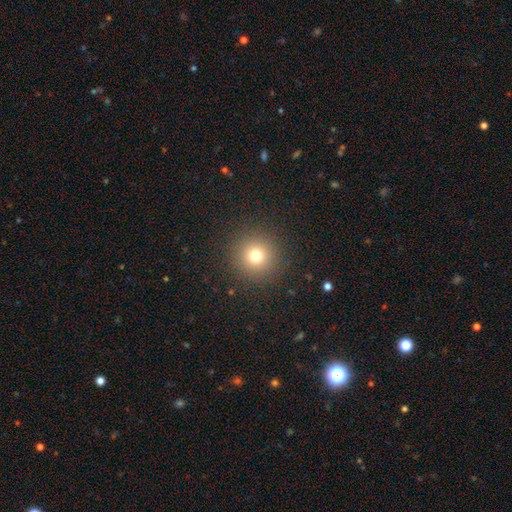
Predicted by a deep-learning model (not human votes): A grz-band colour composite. It shows a smooth galaxy with no disk features (75%) that is round (95%). Merging: none (91%).